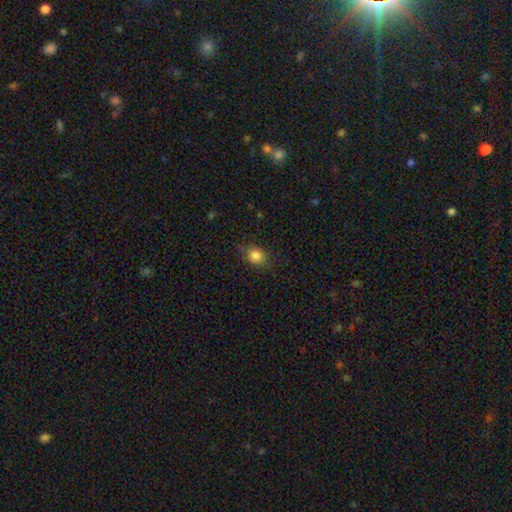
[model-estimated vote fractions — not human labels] smooth_or_featured: smooth (p=0.84) [alt: star or artifact p=0.10]
how_rounded: round (p=0.62) [alt: in between p=0.36]
merging: none (p=0.78) [alt: minor disturbance p=0.17]